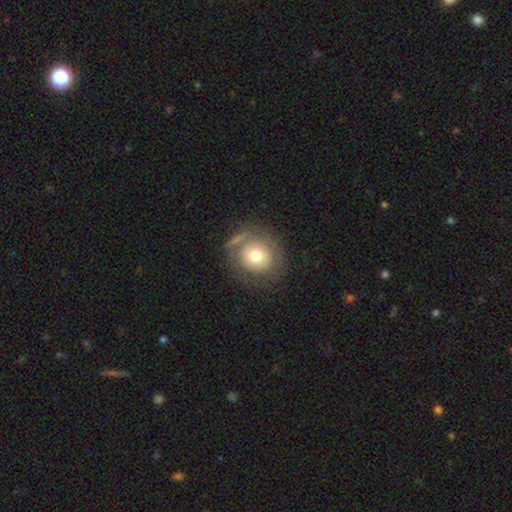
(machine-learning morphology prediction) Smooth or featured? smooth (64%)
How rounded? round (90%)
Merging? none (67%)